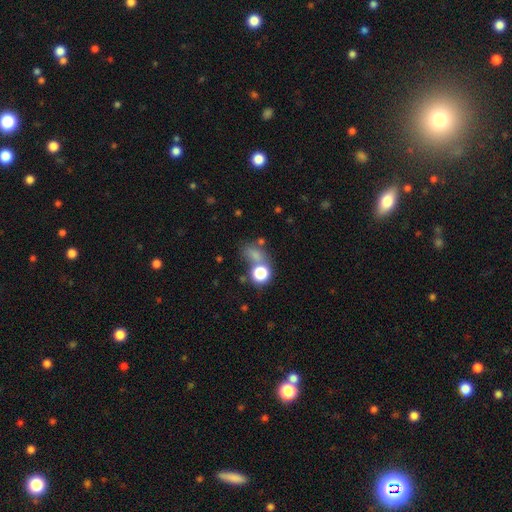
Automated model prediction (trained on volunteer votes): smooth_or_featured: smooth (p=0.64) [alt: star or artifact p=0.25]
how_rounded: in between (p=0.52) [alt: round p=0.45]
merging: none (p=0.45) [alt: merger p=0.27]